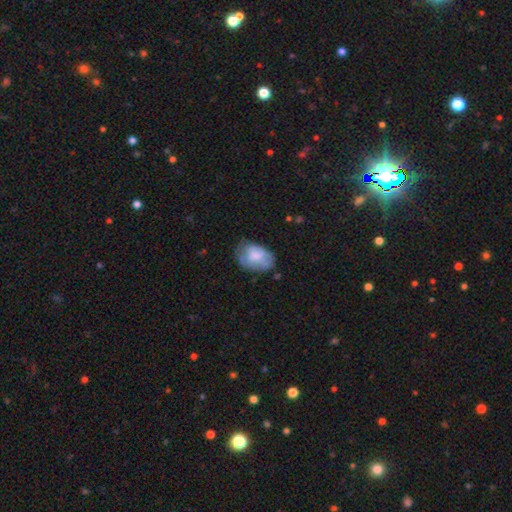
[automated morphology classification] This is likely a smooth galaxy (68%). How rounded: clearly in between (80%). Merging: possibly none (53%).